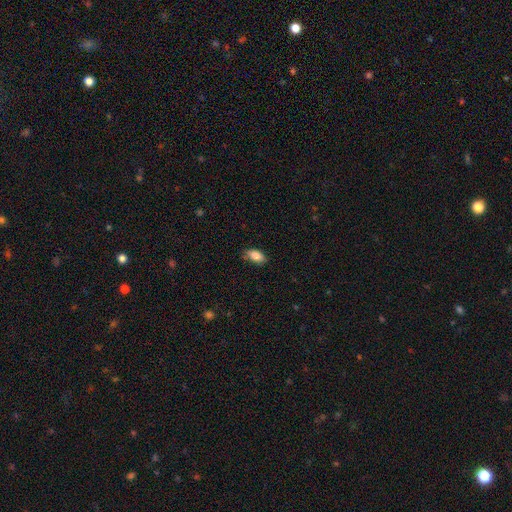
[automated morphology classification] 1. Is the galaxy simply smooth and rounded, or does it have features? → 86% smooth, 7% star or artifact, 7% featured or disk.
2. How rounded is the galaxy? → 89% in between, 7% cigar-shaped, 4% round.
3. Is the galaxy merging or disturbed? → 75% none, 20% minor disturbance, 4% major disturbance, 1% merger.